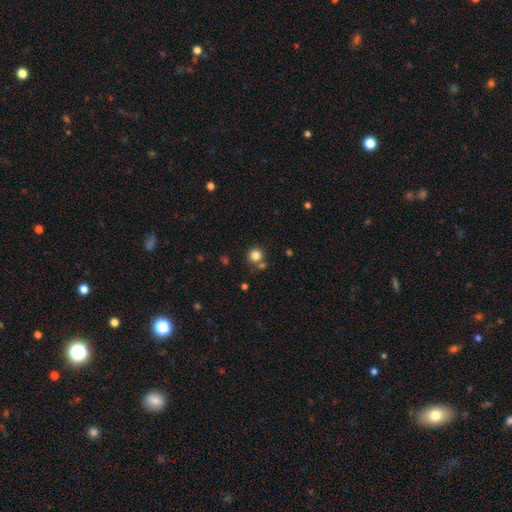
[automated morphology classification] This is clearly a smooth galaxy (82%). How rounded: clearly round (93%). Merging: likely none (74%).